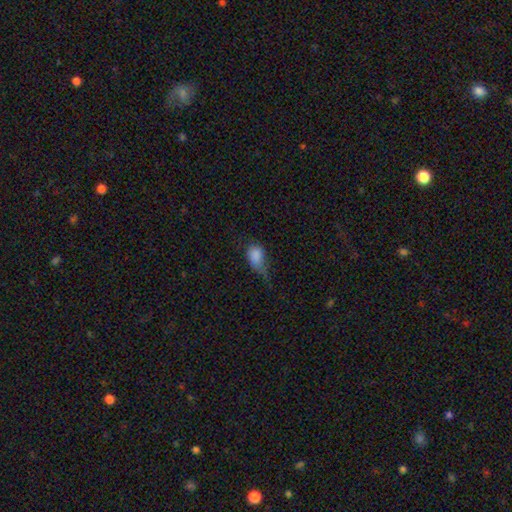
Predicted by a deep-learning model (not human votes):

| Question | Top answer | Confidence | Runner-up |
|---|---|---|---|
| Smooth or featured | smooth | 80% | featured or disk (11%) |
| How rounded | in between | 79% | round (18%) |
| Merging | minor disturbance | 38% | major disturbance (36%) |